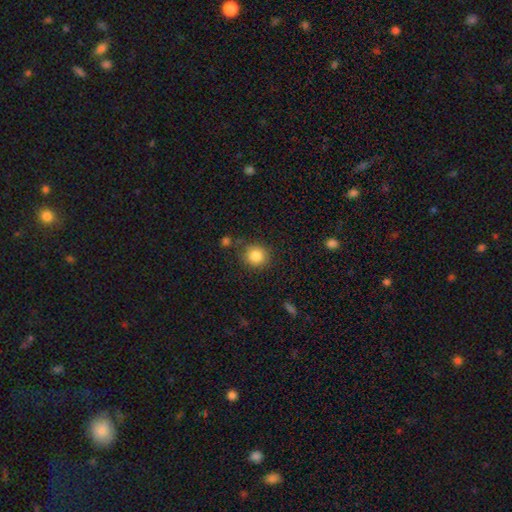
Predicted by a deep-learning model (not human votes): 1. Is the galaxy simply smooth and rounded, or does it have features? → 86% smooth, 9% star or artifact, 5% featured or disk.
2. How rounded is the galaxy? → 88% round, 11% in between, 1% cigar-shaped.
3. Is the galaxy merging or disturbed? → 80% none, 12% minor disturbance, 5% merger, 4% major disturbance.